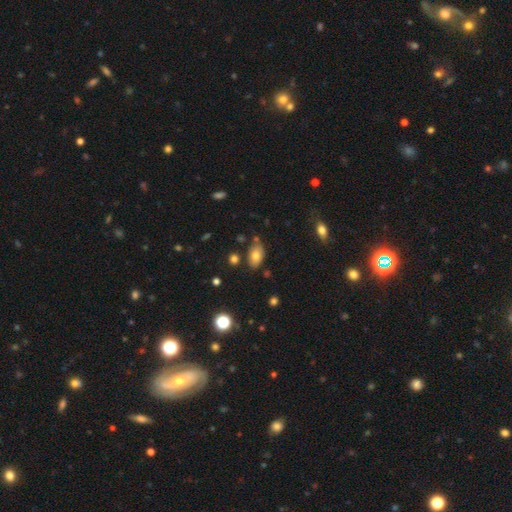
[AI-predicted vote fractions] Smooth or featured? smooth (78%)
How rounded? in between (91%)
Merging? none (77%)